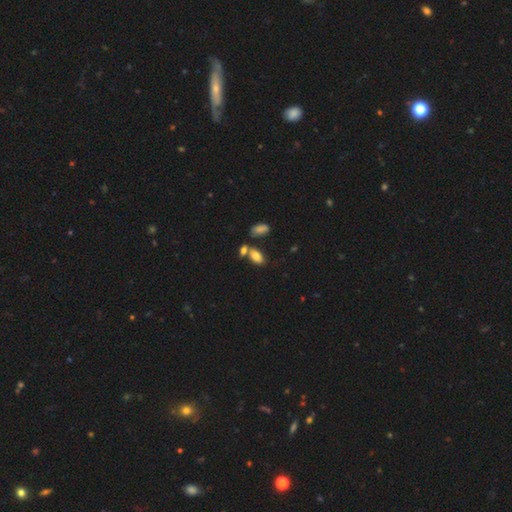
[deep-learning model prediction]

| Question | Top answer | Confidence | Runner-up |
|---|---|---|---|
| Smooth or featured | smooth | 81% | featured or disk (10%) |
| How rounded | in between | 91% | round (5%) |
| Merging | none | 55% | merger (29%) |